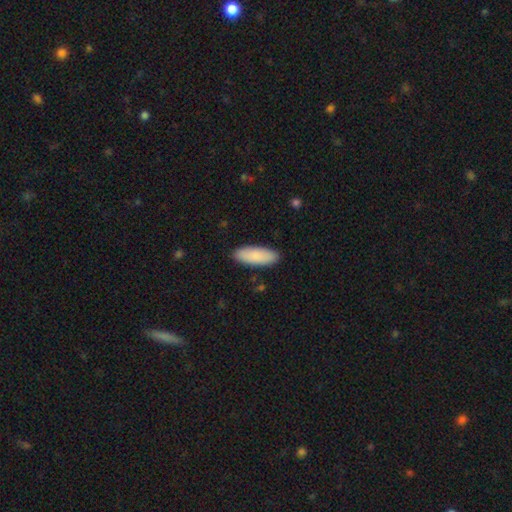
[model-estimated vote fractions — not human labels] Morphology: type=smooth (89%); roundness=in between (67%); merging=none (89%).